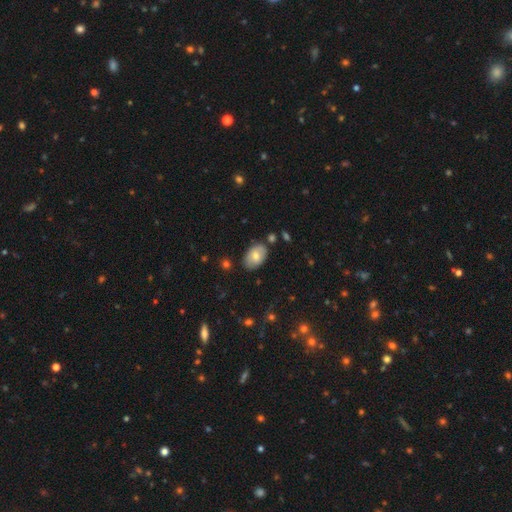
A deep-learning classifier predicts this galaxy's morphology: A smooth galaxy with no disk features (72%) that is in between round and cigar-shaped (90%).

Vote fractions:
- Smooth or featured? smooth: 72% / featured or disk: 21% / star or artifact: 7%
- How rounded? in between: 90% / round: 9% / cigar-shaped: 1%
- Merging? none: 80% / minor disturbance: 15% / major disturbance: 3% / merger: 3%